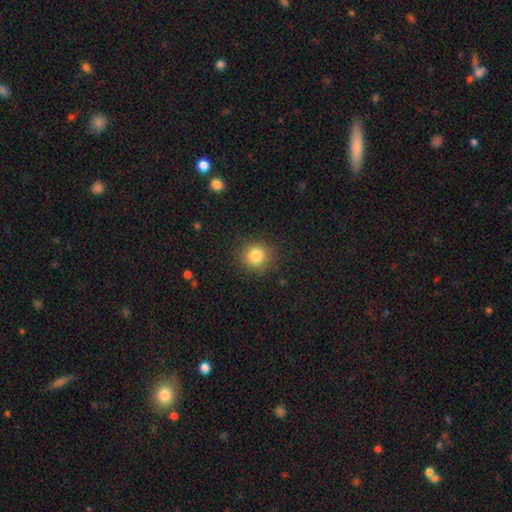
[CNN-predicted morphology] Smooth or featured? Predicted: smooth (p=0.83). How rounded? Predicted: round (p=0.90). Merging? Predicted: none (p=0.88).